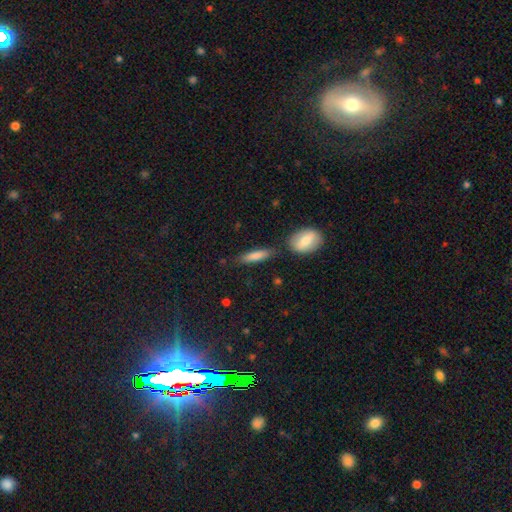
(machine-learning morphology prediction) Smooth or featured?
  - smooth: 79% *
  - featured or disk: 15%
  - star or artifact: 7%
How rounded?
  - cigar-shaped: 67% *
  - in between: 30%
  - round: 3%
Merging?
  - none: 73% *
  - minor disturbance: 14%
  - merger: 9%
  - major disturbance: 4%